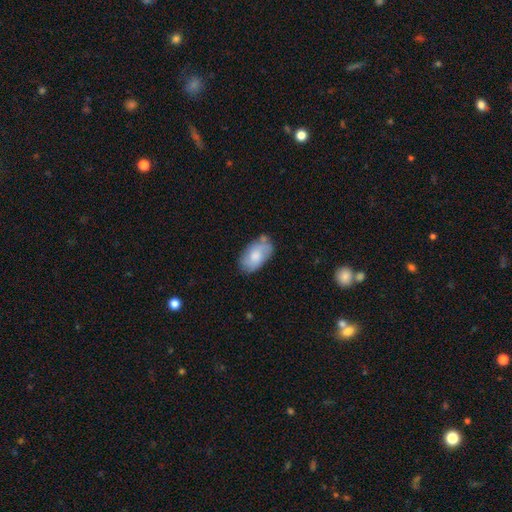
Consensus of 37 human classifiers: Q: Smooth or featured?
A: smooth (62%); runner-up: featured or disk (32%)
Q: How rounded?
A: in between (91%); runner-up: round (9%)
Q: Merging?
A: none (71%); runner-up: minor disturbance (17%)